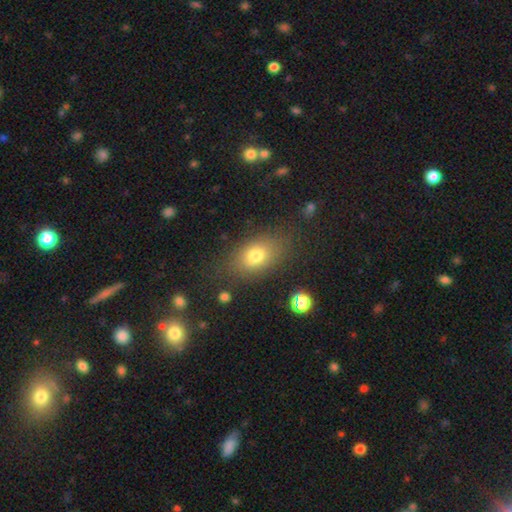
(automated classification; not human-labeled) The model was most divided on "how rounded": in between: 78%, round: 19%, cigar-shaped: 3%. More confident: merging — none (77%); smooth or featured — smooth (74%).